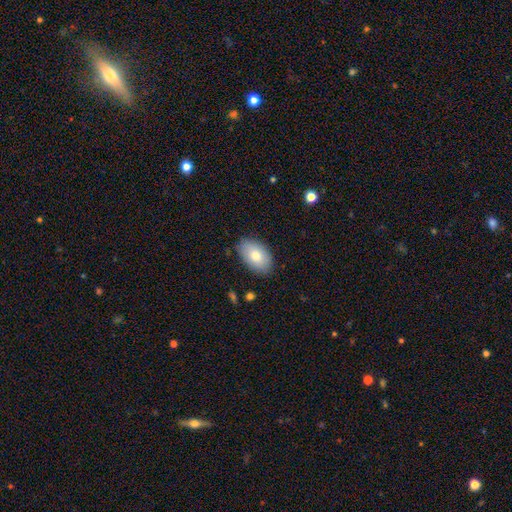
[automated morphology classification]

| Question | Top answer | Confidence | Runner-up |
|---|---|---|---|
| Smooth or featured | smooth | 77% | featured or disk (16%) |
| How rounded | in between | 92% | round (7%) |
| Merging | none | 85% | minor disturbance (12%) |